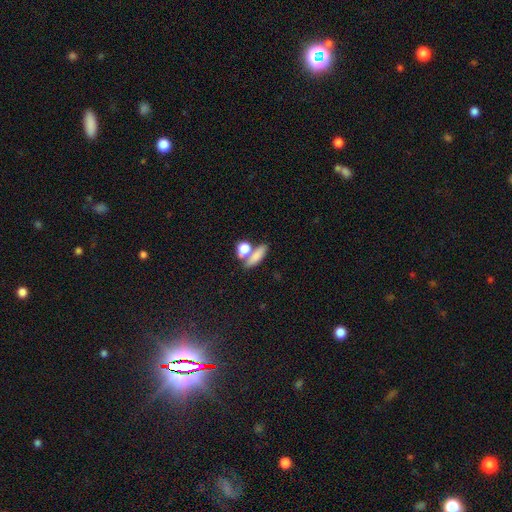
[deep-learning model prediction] Smooth or featured? Predicted: smooth (p=0.78). How rounded? Predicted: in between (p=0.52). Merging? Predicted: none (p=0.54).